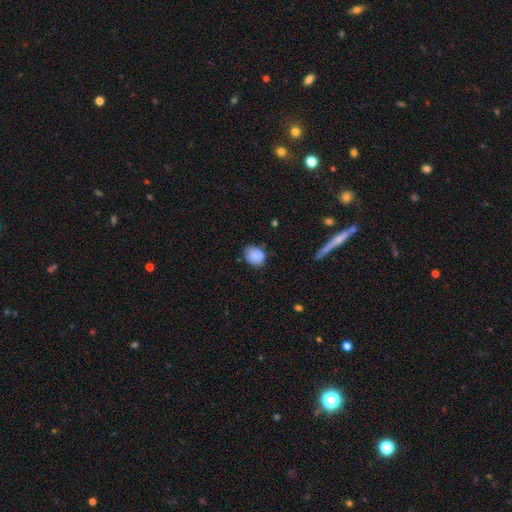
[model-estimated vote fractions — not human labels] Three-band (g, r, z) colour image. It shows a smooth galaxy with no disk features (83%) that is in between round and cigar-shaped (50%). Merging: none (69%).